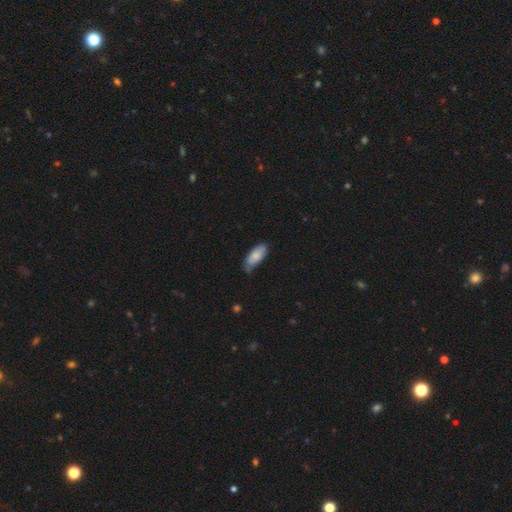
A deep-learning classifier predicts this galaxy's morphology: A smooth galaxy with no disk features (80%) that is in between round and cigar-shaped (86%).

Vote fractions:
- Smooth or featured? smooth: 80% / featured or disk: 15% / star or artifact: 6%
- How rounded? in between: 86% / cigar-shaped: 12% / round: 2%
- Merging? none: 60% / minor disturbance: 33% / major disturbance: 5% / merger: 2%